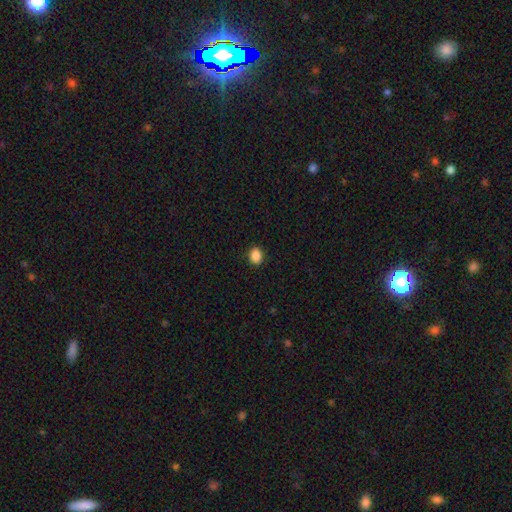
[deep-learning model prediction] This appears to be a smooth galaxy with no disk features (88%) that is in between round and cigar-shaped (51%). Merging: none (90%).